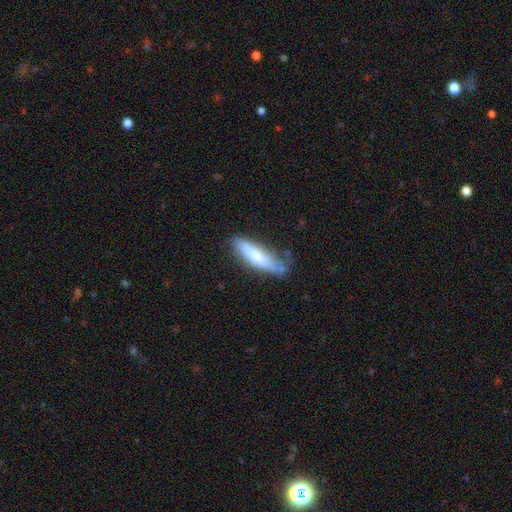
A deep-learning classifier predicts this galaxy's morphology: This is likely a smooth galaxy (70%). How rounded: likely cigar-shaped (63%). Merging: possibly none (56%).